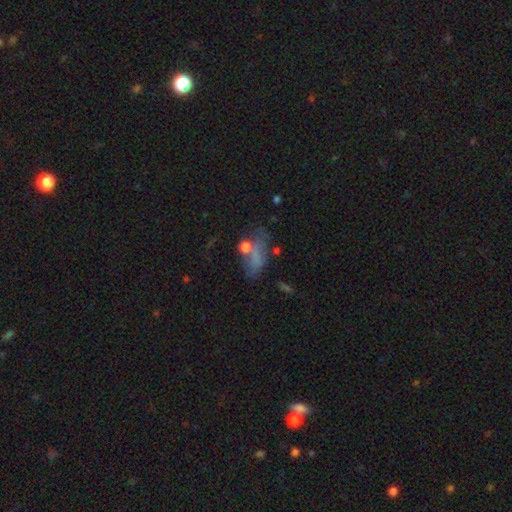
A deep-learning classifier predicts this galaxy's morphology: type=smooth (43%); merging=none (36%).